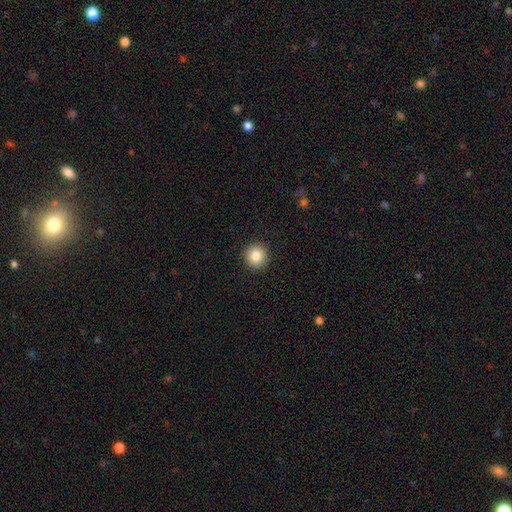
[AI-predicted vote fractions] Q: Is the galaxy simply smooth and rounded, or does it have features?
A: smooth — 85%.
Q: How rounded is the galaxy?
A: round — 94%.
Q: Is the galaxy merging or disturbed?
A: none — 93%.